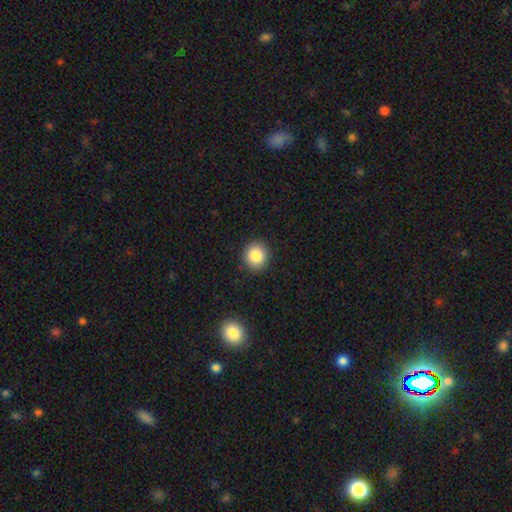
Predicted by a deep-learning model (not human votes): The model was most divided on "how rounded": round: 87%, in between: 12%, cigar-shaped: 1%. More confident: merging — none (91%); smooth or featured — smooth (85%).